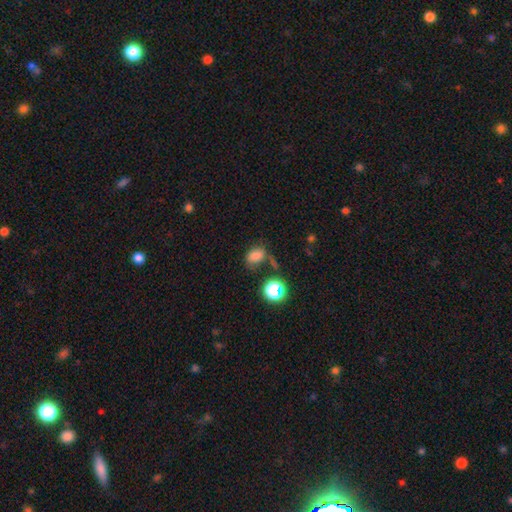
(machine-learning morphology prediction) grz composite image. It shows a smooth galaxy with no disk features (74%) that is in between round and cigar-shaped (75%). Merging: none (56%).